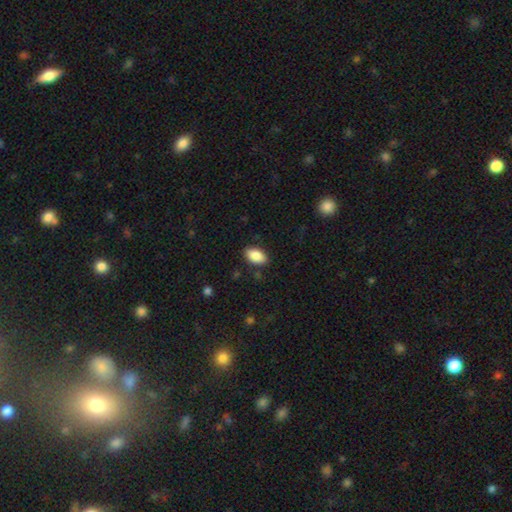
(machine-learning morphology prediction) Smooth or featured? smooth (88%)
How rounded? in between (93%)
Merging? none (87%)